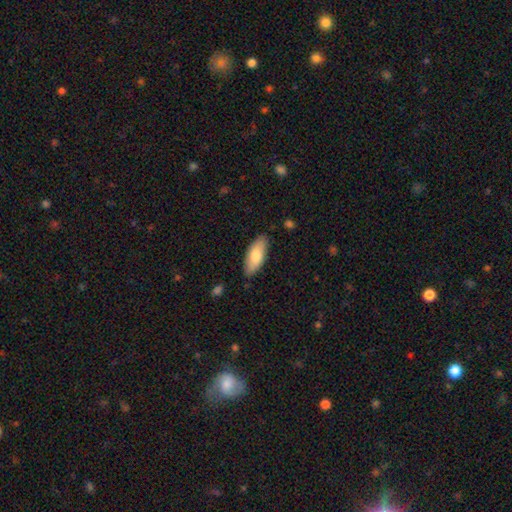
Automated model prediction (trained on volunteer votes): This is likely a smooth galaxy (80%). How rounded: likely in between (80%). Merging: clearly none (85%).